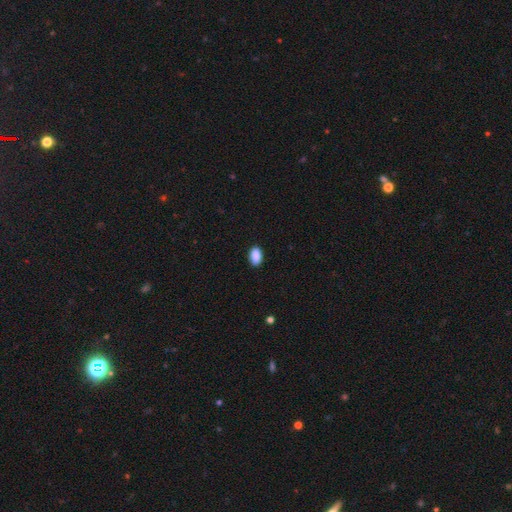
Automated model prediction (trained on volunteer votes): Morphology: type=smooth (90%); roundness=in between (91%); merging=none (88%).